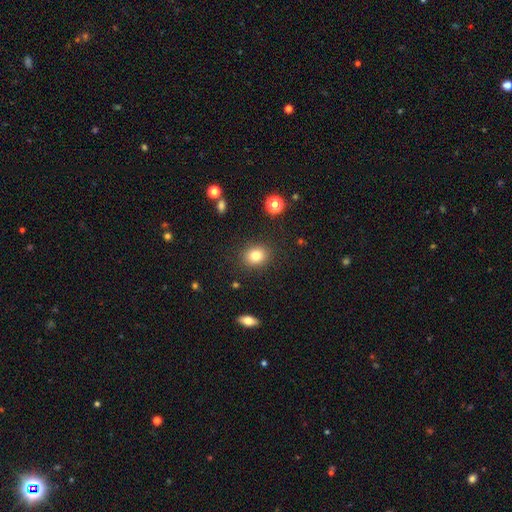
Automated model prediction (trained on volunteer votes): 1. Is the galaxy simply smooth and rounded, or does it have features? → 81% smooth, 11% star or artifact, 8% featured or disk.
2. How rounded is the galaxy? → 62% round, 37% in between, 1% cigar-shaped.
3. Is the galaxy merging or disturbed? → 88% none, 8% minor disturbance, 3% major disturbance, 2% merger.